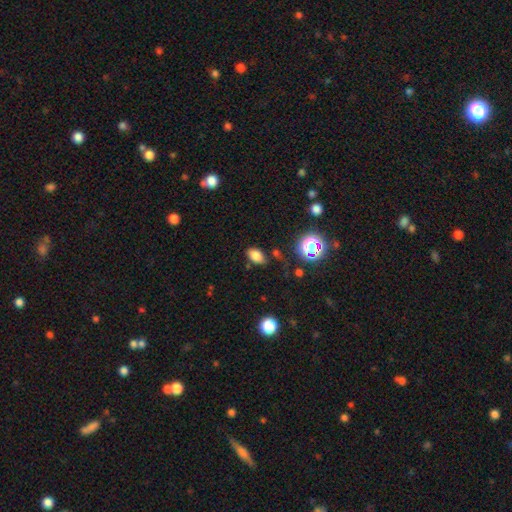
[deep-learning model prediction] The model was most divided on "merging": none: 74%, minor disturbance: 17%, major disturbance: 5%, merger: 4%. More confident: how rounded — in between (86%); smooth or featured — smooth (78%).